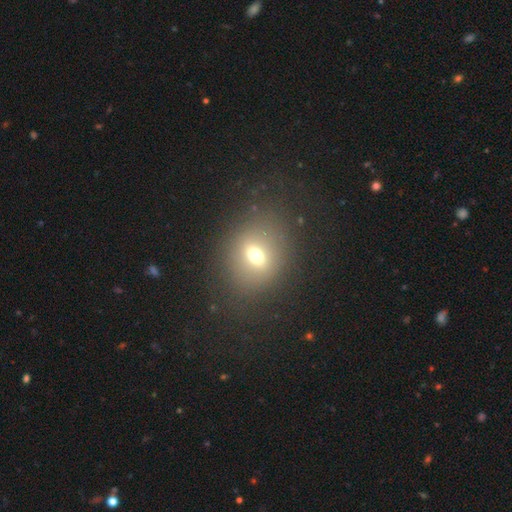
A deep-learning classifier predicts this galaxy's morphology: This is likely a smooth galaxy (63%). How rounded: possibly round (58%). Merging: likely none (78%).